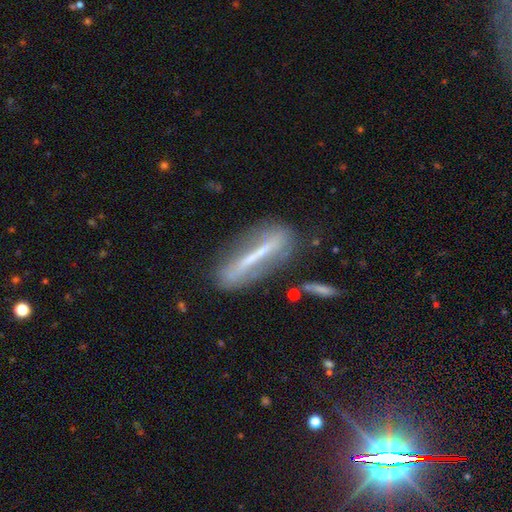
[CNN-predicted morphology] Smooth or featured? featured or disk (64%)
Edge-on disk? yes (54%)
Merging? none (69%)